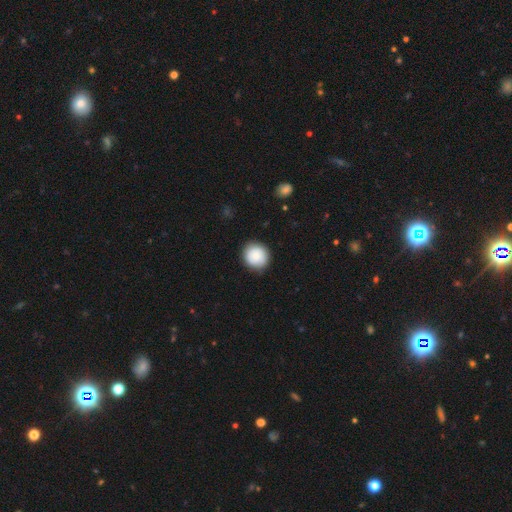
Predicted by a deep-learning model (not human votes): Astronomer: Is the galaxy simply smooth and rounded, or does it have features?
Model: smooth — 85%.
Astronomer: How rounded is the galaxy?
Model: round — 89%.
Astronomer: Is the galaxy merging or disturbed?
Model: none — 86%.